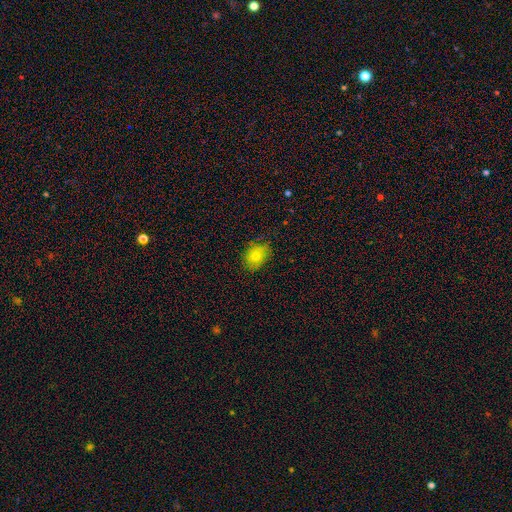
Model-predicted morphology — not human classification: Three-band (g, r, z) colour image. It shows a smooth galaxy with no disk features (78%) that is in between round and cigar-shaped (67%). Merging: none (75%).